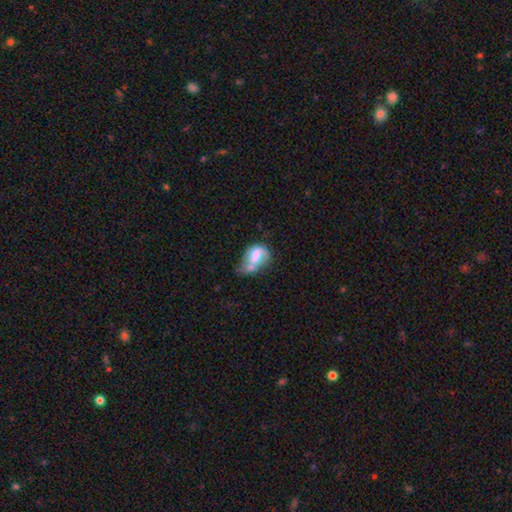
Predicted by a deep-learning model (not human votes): smooth_or_featured: smooth (p=0.57) [alt: featured or disk p=0.35]
how_rounded: in between (p=0.74) [alt: round p=0.24]
merging: merger (p=0.36) [alt: minor disturbance p=0.24]